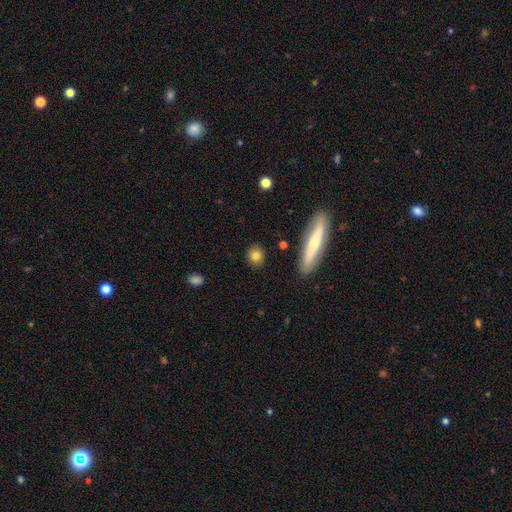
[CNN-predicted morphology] Smooth or featured? smooth (81%)
How rounded? round (77%)
Merging? none (89%)